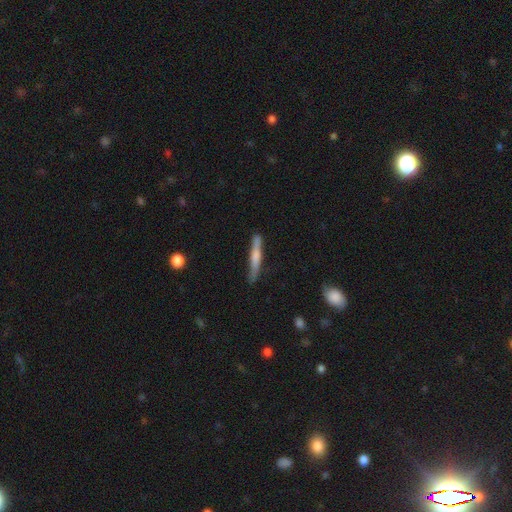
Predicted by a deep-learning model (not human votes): The model was most divided on "smooth or featured": smooth: 54%, featured or disk: 41%, star or artifact: 6%. More confident: how rounded — cigar-shaped (94%); merging — none (80%).